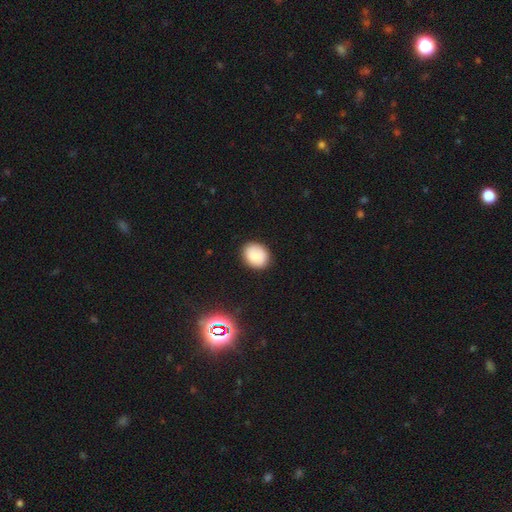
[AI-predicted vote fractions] Q: Smooth or featured?
A: smooth (79%); runner-up: featured or disk (11%)
Q: How rounded?
A: round (59%); runner-up: in between (40%)
Q: Merging?
A: none (87%); runner-up: minor disturbance (10%)